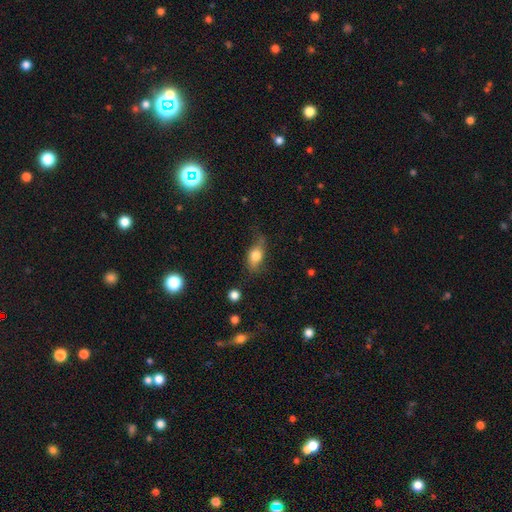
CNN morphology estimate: The model was most divided on "merging": none: 53%, minor disturbance: 30%, major disturbance: 14%, merger: 2%. More confident: how rounded — in between (77%); smooth or featured — smooth (67%).